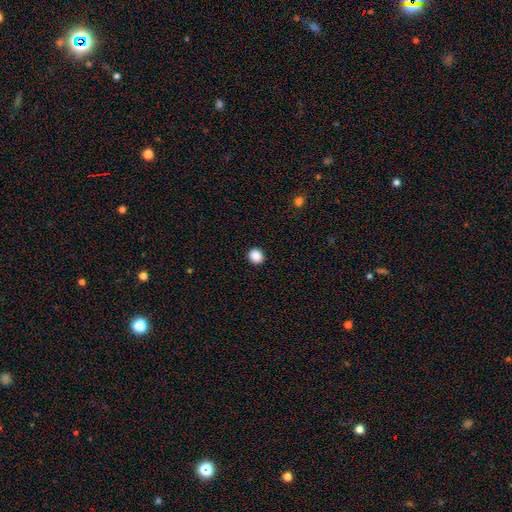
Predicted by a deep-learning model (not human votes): The model was most divided on "how rounded": round: 89%, in between: 10%, cigar-shaped: 1%. More confident: merging — none (93%); smooth or featured — smooth (88%).